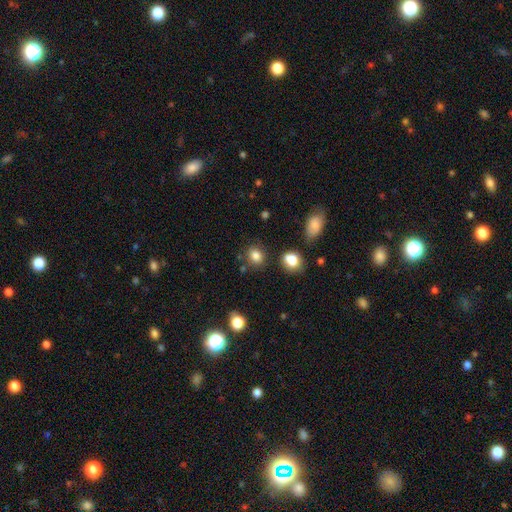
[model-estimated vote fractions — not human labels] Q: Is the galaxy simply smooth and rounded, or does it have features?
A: smooth — 82%.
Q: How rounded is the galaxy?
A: round — 65%.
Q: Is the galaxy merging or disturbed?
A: none — 81%.